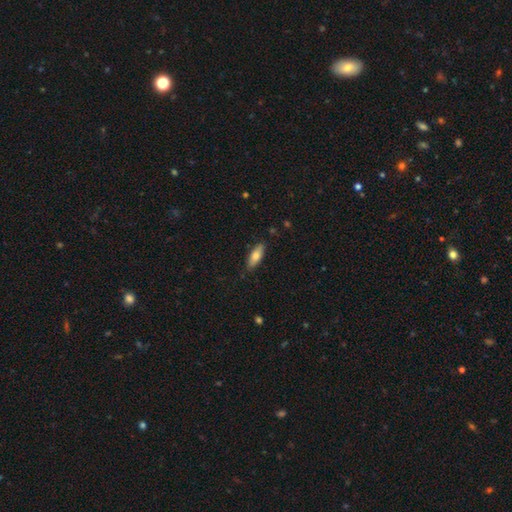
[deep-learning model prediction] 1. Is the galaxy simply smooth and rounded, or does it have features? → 72% smooth, 22% featured or disk, 6% star or artifact.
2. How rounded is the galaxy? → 67% in between, 31% cigar-shaped, 2% round.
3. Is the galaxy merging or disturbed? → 84% none, 12% minor disturbance, 2% major disturbance, 1% merger.